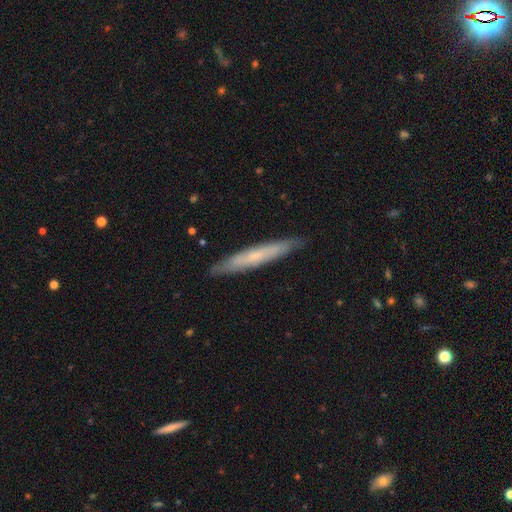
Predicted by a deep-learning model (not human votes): smooth-or-featured: smooth: 52% | featured or disk: 42% | star or artifact: 6%
  how-rounded: cigar-shaped: 95% | in between: 4% | round: 1%
  merging: none: 88% | minor disturbance: 9% | major disturbance: 1% | merger: 1%